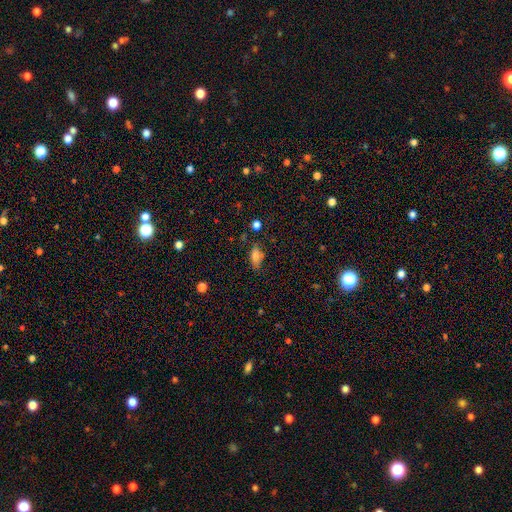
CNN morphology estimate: A smooth galaxy with no disk features (78%) that is in between round and cigar-shaped (86%).

Vote fractions:
- Smooth or featured? smooth: 78% / featured or disk: 12% / star or artifact: 10%
- How rounded? in between: 86% / cigar-shaped: 9% / round: 5%
- Merging? none: 67% / minor disturbance: 24% / major disturbance: 6% / merger: 3%